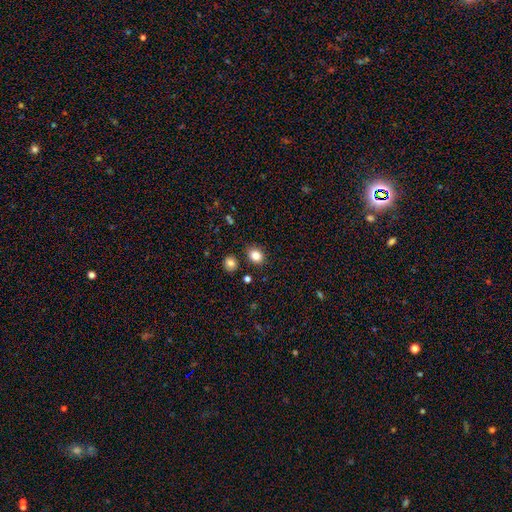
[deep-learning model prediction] Overall: smooth (84%). How rounded: round (56%; in between 43%). Merging: none (83%).